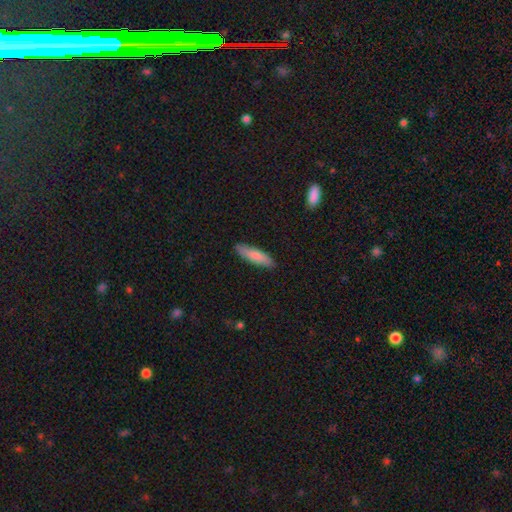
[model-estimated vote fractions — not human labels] Q: Smooth or featured?
A: smooth (83%); runner-up: featured or disk (12%)
Q: How rounded?
A: cigar-shaped (66%); runner-up: in between (33%)
Q: Merging?
A: none (88%); runner-up: minor disturbance (9%)